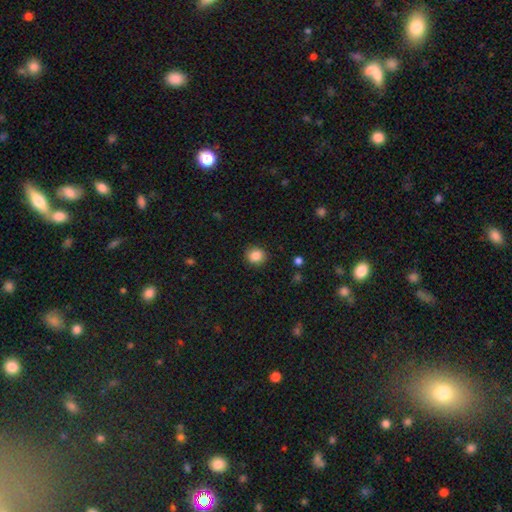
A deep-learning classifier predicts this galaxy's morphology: A smooth galaxy with no disk features (86%) that is round (86%). Merging: none (90%).